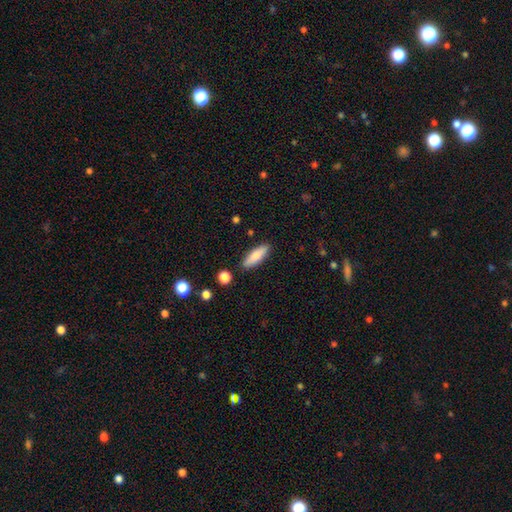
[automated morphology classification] smooth-or-featured: smooth: 80% | featured or disk: 14% | star or artifact: 6%
  how-rounded: in between: 50% | cigar-shaped: 48% | round: 2%
  merging: none: 87% | minor disturbance: 9% | merger: 2% | major disturbance: 2%